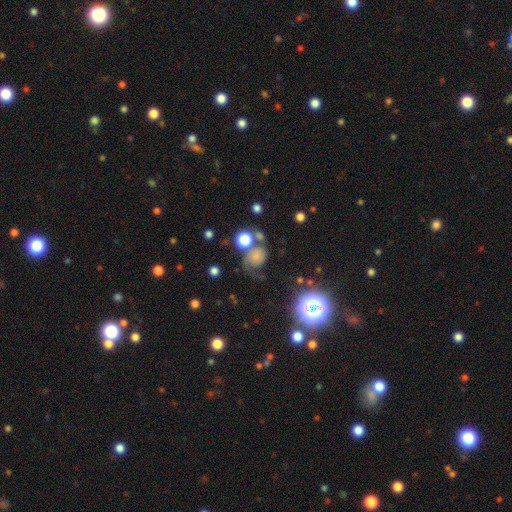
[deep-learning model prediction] Smooth or featured? smooth (46%)
Merging? none (41%)